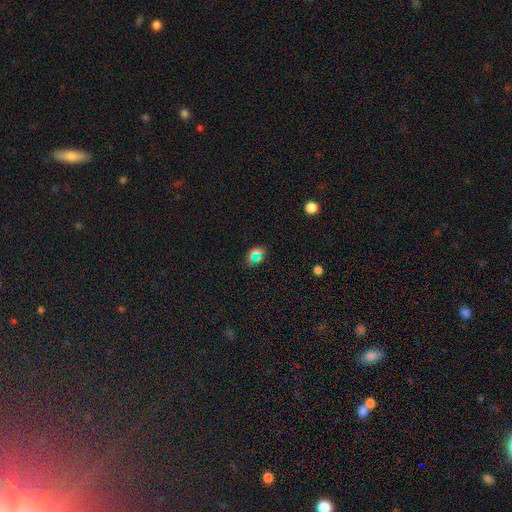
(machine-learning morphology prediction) smooth-or-featured: smooth: 47% | star or artifact: 43% | featured or disk: 10%
  merging: none: 70% | minor disturbance: 15% | major disturbance: 8% | merger: 7%